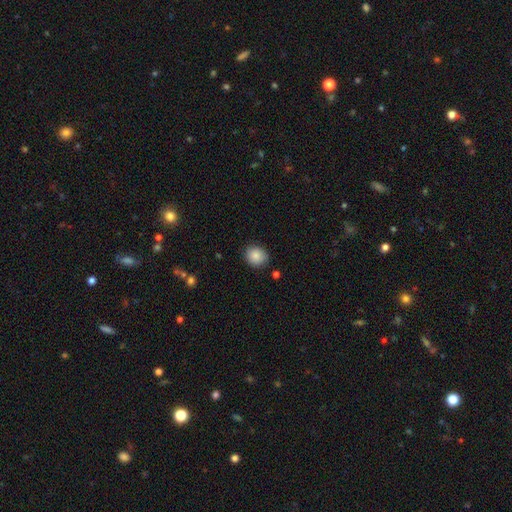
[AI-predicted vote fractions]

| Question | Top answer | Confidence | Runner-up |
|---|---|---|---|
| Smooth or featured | smooth | 87% | star or artifact (8%) |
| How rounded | round | 78% | in between (21%) |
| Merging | none | 86% | minor disturbance (10%) |